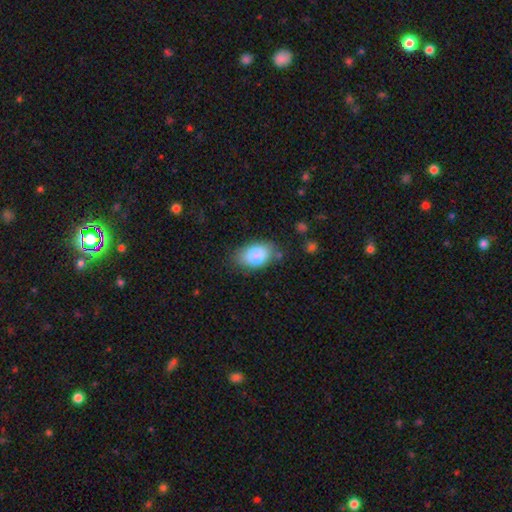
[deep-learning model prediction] A smooth galaxy with no disk features (83%) that is in between round and cigar-shaped (91%). Merging: none (78%).